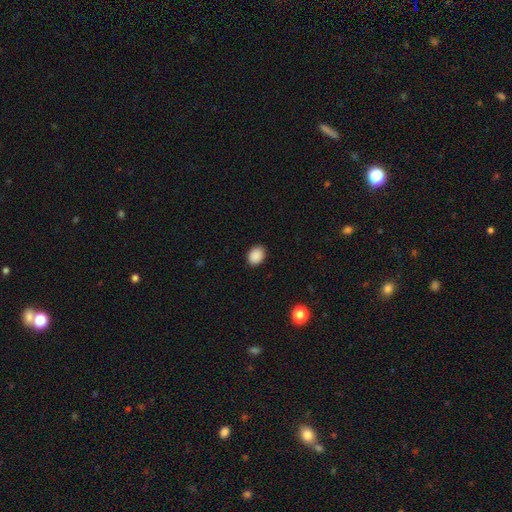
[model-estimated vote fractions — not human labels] The model was most divided on "how rounded": in between: 60%, round: 40%, cigar-shaped: 1%. More confident: smooth or featured — smooth (89%); merging — none (88%).